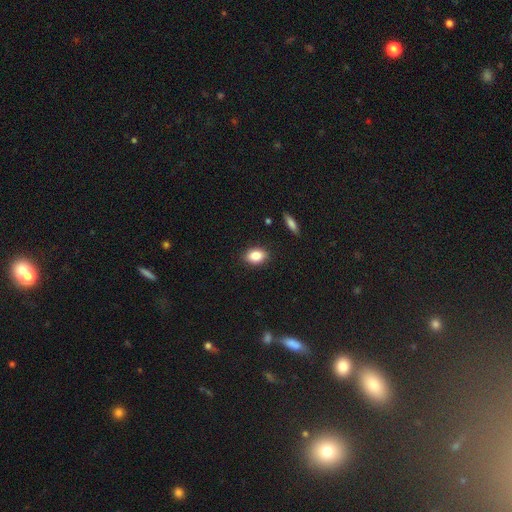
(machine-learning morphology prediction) Smooth or featured? smooth (86%)
How rounded? in between (80%)
Merging? none (88%)